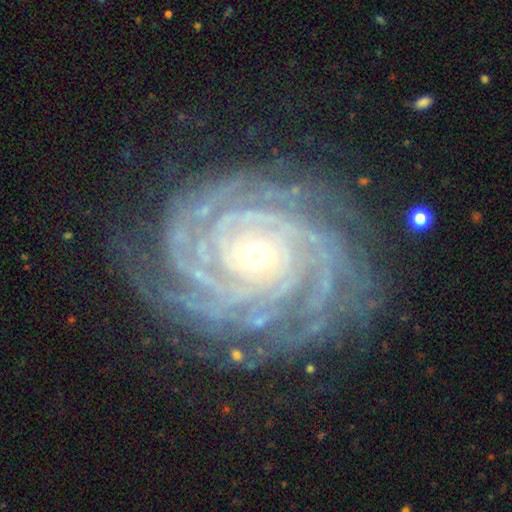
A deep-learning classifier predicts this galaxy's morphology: A featured or disk galaxy (92%) with no bar (74%), more than 4 (30%) tight (86%) spiral arms (99%) and a small central bulge (74%). Merging: none (81%).